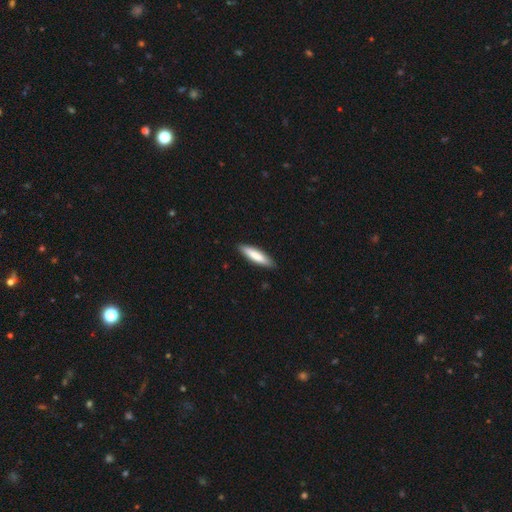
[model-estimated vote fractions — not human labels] smooth 78%, featured or disk 17%, star or artifact 5%. Down the decision tree: how rounded — cigar-shaped (78%); merging — none (89%).